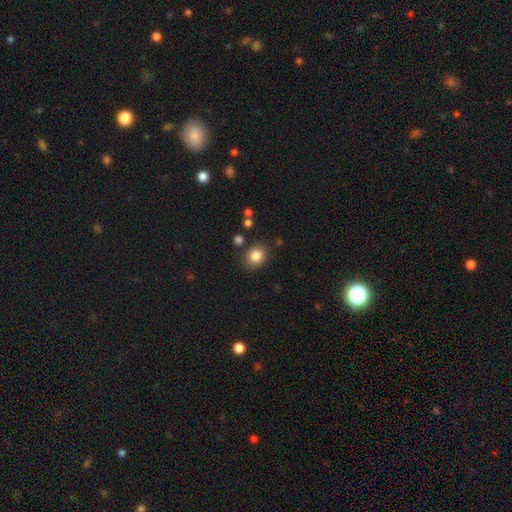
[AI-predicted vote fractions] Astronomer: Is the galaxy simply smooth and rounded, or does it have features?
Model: smooth — 84%.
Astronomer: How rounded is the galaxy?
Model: round — 58% (runner-up: in between, 41%).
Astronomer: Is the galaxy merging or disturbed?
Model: none — 82%.